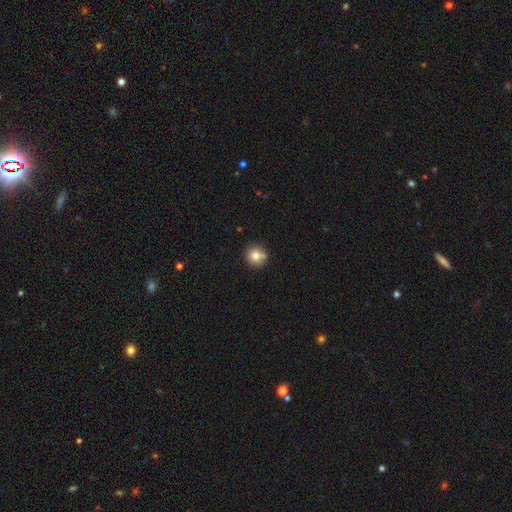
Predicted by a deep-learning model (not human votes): Smooth or featured?
  - smooth: 78% *
  - featured or disk: 12%
  - star or artifact: 11%
How rounded?
  - round: 90% *
  - in between: 9%
  - cigar-shaped: 1%
Merging?
  - none: 72% *
  - merger: 13%
  - minor disturbance: 12%
  - major disturbance: 3%